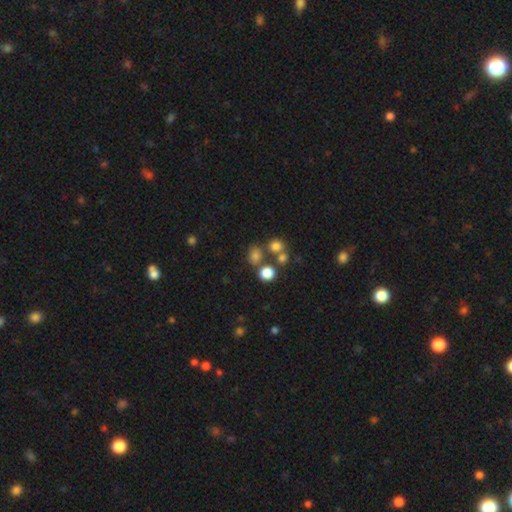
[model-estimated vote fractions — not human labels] Morphology: type=smooth (74%); roundness=round (70%); merging=none (64%).